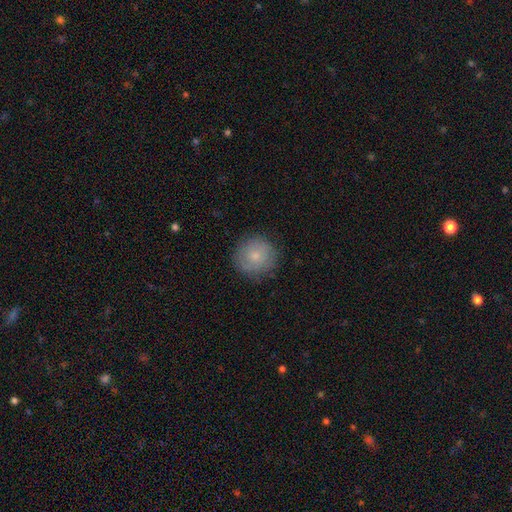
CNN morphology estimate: Overall: smooth (74%). How rounded: round (93%). Merging: none (84%).